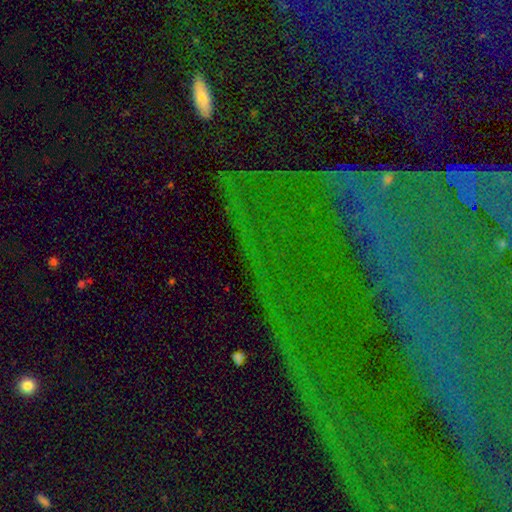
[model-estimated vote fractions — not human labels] Smooth or featured: star or artifact — 72% (featured or disk — 16%)